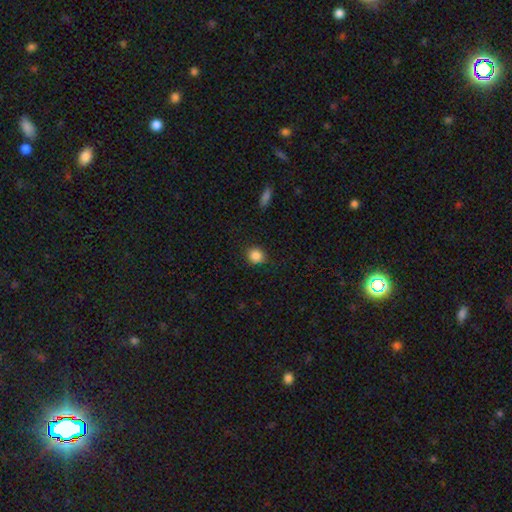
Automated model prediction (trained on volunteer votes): Smooth or featured: smooth — 86% (star or artifact — 10%)
How rounded: round — 81% (in between — 18%)
Merging: none — 84% (minor disturbance — 12%)